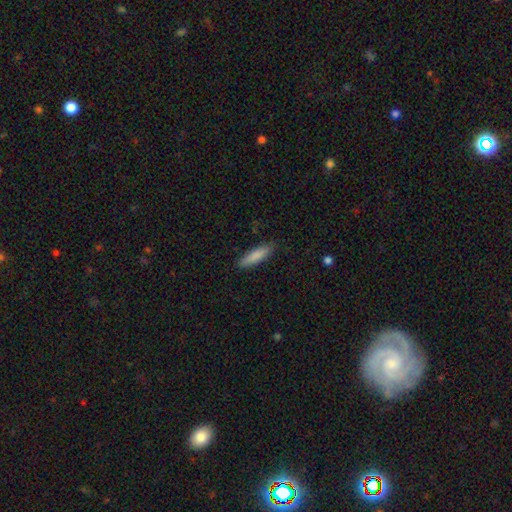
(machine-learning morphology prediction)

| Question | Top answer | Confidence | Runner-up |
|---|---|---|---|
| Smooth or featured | smooth | 84% | featured or disk (10%) |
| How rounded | cigar-shaped | 70% | in between (28%) |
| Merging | none | 87% | minor disturbance (10%) |